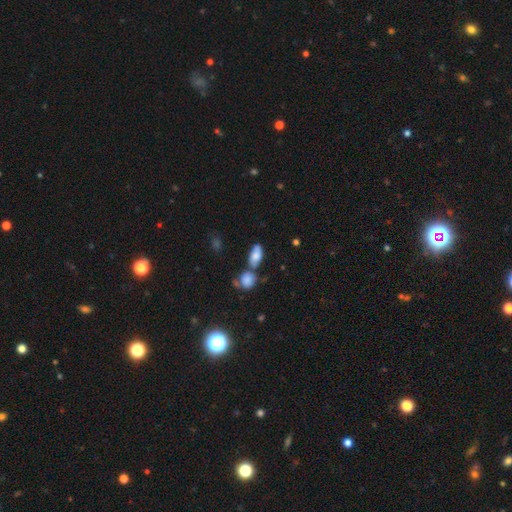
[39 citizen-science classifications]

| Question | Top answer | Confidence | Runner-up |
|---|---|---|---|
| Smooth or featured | smooth | 69% | featured or disk (23%) |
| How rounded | in between | 89% | cigar-shaped (11%) |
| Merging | none | 42% | merger (31%) |